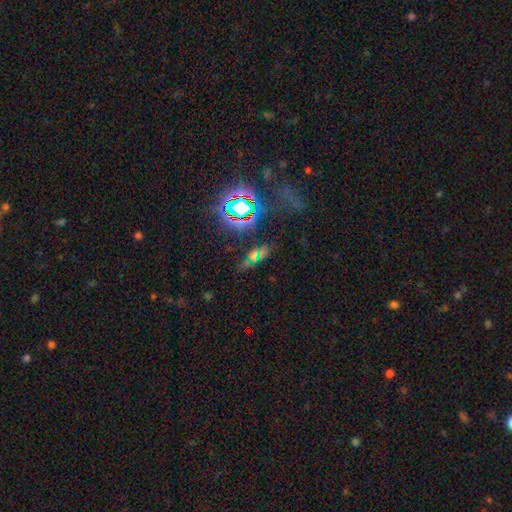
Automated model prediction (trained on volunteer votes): Q: Smooth or featured?
A: star or artifact (48%); runner-up: smooth (36%)